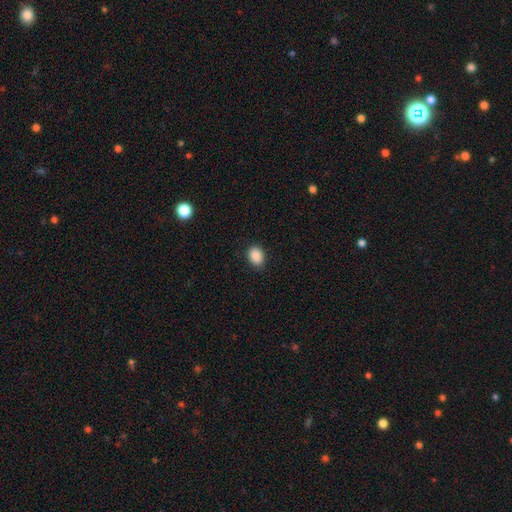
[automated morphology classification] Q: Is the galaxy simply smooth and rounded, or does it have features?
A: smooth — 89%.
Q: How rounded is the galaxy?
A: in between — 69%.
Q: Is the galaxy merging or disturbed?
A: none — 86%.